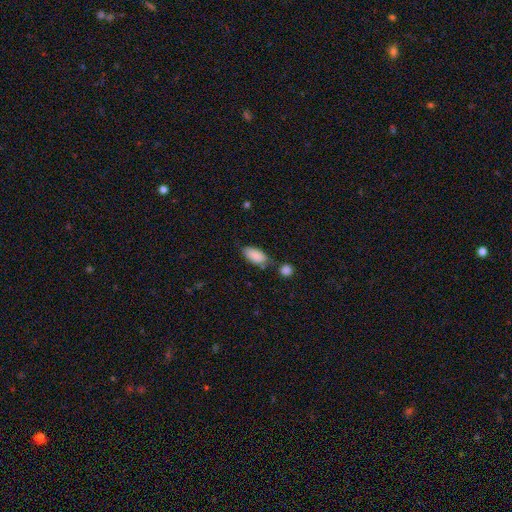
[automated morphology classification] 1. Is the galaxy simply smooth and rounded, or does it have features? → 87% smooth, 7% star or artifact, 6% featured or disk.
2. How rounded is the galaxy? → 92% in between, 6% cigar-shaped, 3% round.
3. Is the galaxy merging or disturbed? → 59% none, 22% minor disturbance, 13% merger, 6% major disturbance.